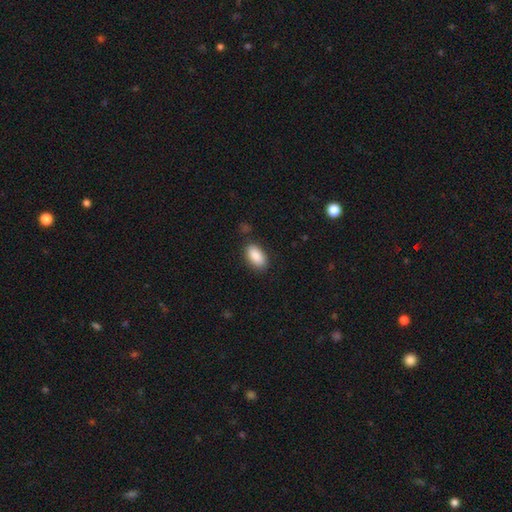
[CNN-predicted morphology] A smooth galaxy with no disk features (88%) that is in between round and cigar-shaped (92%). Merging: none (84%).